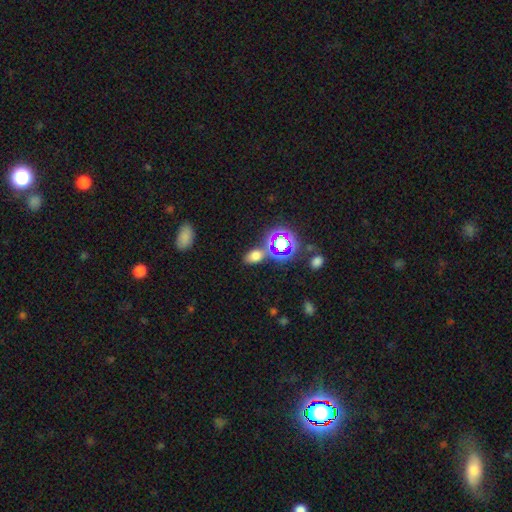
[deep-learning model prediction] smooth-or-featured: smooth: 61% | star or artifact: 29% | featured or disk: 9%
  how-rounded: in between: 78% | round: 19% | cigar-shaped: 3%
  merging: none: 65% | merger: 16% | minor disturbance: 14% | major disturbance: 6%